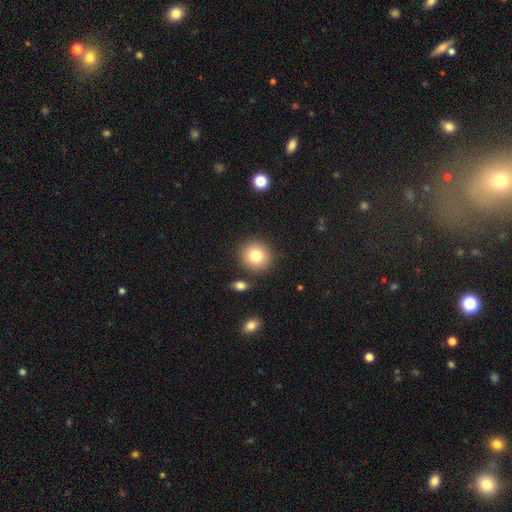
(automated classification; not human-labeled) The model was most divided on "smooth or featured": smooth: 81%, star or artifact: 10%, featured or disk: 10%. More confident: how rounded — round (90%); merging — none (86%).